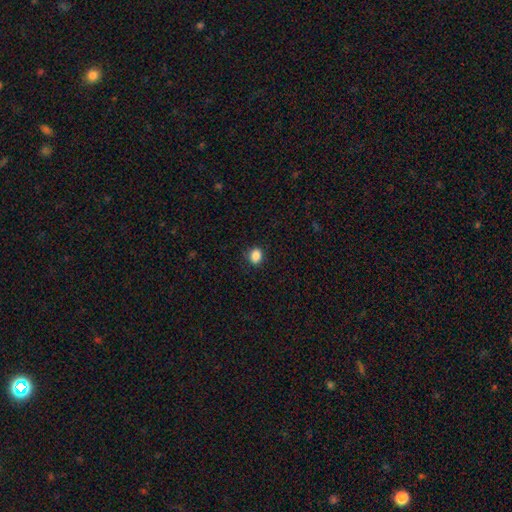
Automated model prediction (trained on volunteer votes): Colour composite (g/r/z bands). It shows a smooth galaxy with no disk features (87%) that is round (56%). Merging: none (86%).